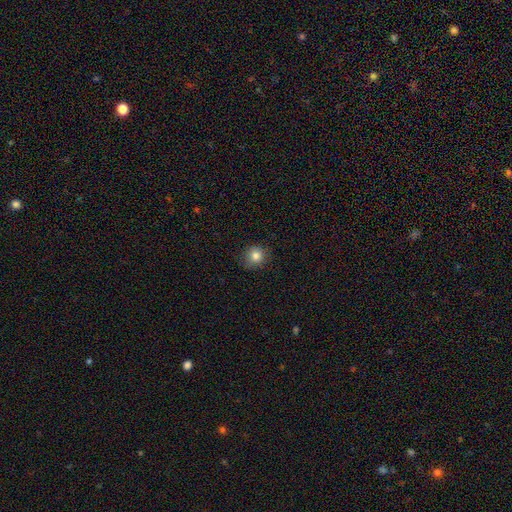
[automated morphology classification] Smooth or featured: smooth — 82% (star or artifact — 11%)
How rounded: round — 87% (in between — 12%)
Merging: none — 84% (minor disturbance — 13%)